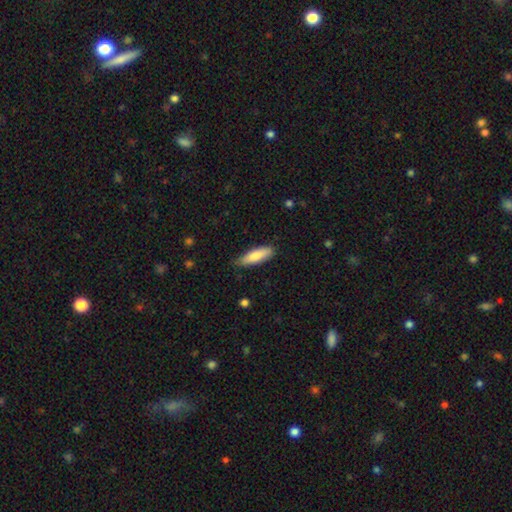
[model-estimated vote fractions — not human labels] The model was most divided on "how rounded": cigar-shaped: 50%, in between: 49%, round: 2%. More confident: merging — none (79%); smooth or featured — smooth (79%).